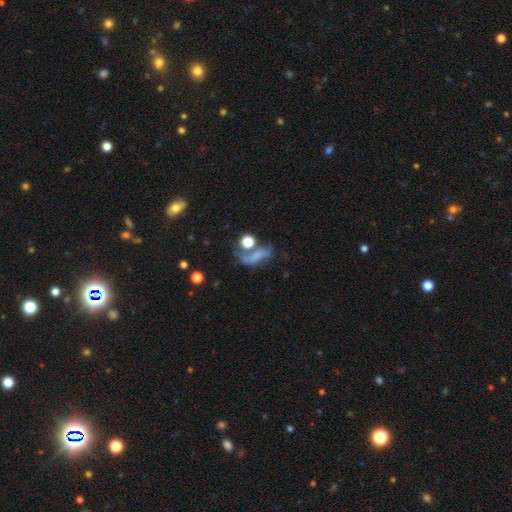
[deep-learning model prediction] Smooth or featured: smooth — 50% (featured or disk — 30%)
How rounded: in between — 58% (round — 25%)
Merging: none — 34% (major disturbance — 25%)